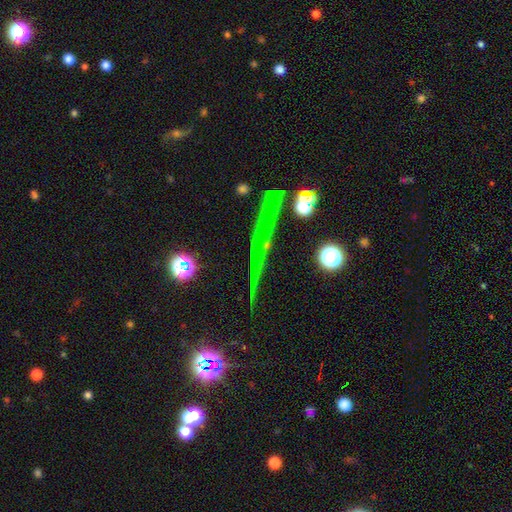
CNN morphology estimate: This appears to be a featured or disk galaxy (38%). Merging: none (78%).